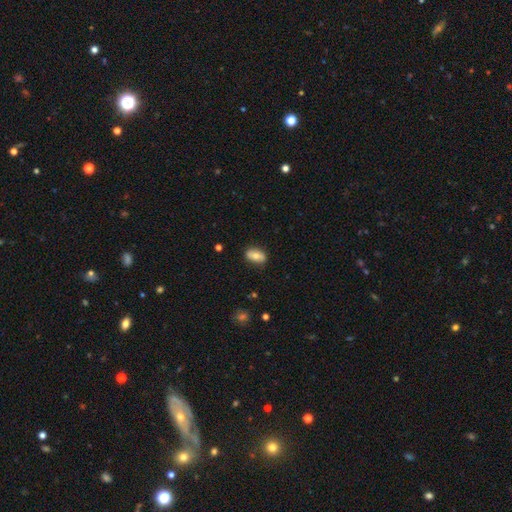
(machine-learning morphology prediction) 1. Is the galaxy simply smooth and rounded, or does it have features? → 71% smooth, 22% featured or disk, 8% star or artifact.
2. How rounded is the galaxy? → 89% in between, 8% round, 4% cigar-shaped.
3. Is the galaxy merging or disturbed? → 83% none, 13% minor disturbance, 3% major disturbance, 1% merger.